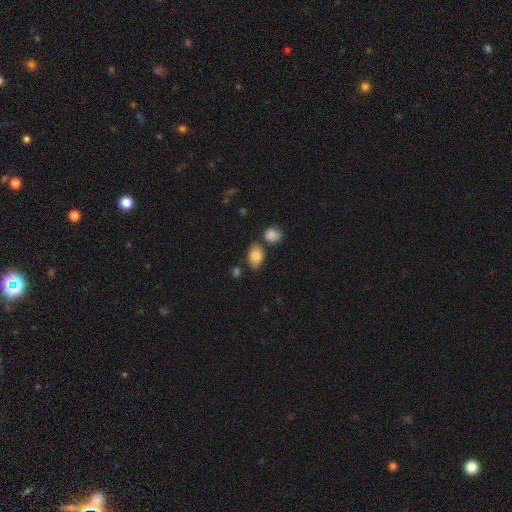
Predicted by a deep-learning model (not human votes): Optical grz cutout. It shows a smooth galaxy with no disk features (85%) that is in between round and cigar-shaped (87%). Merging: none (70%).